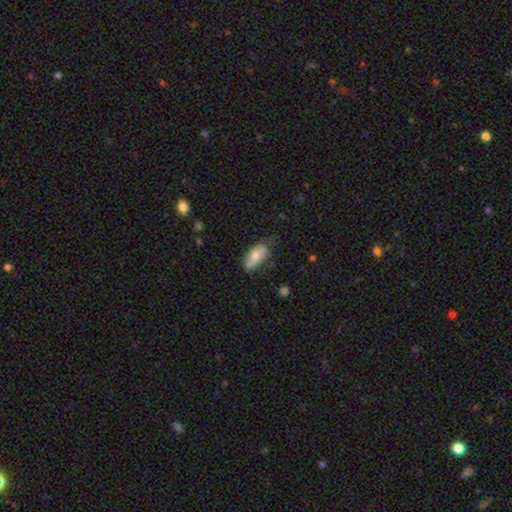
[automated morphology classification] This appears to be a smooth galaxy with no disk features (73%) that is in between round and cigar-shaped (87%). Merging: none (51%).